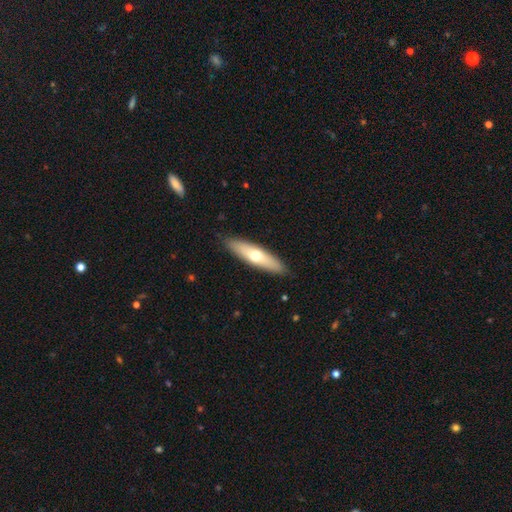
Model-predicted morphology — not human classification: Overall: smooth (57%; featured or disk 37%). How rounded: cigar-shaped (67%; in between 32%). Merging: none (89%).